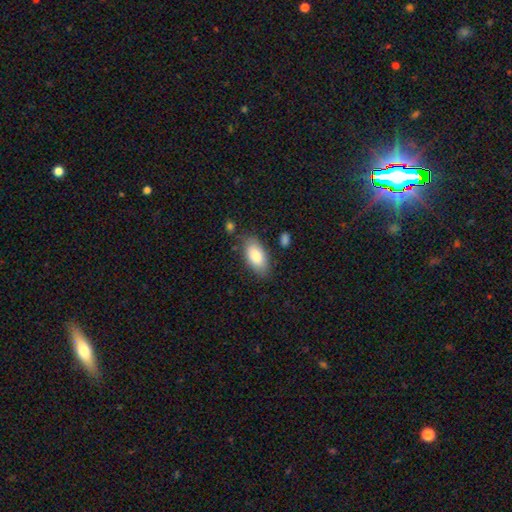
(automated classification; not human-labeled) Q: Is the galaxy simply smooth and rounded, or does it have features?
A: smooth — 82%.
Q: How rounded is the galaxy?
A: in between — 92%.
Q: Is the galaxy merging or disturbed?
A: none — 78%.